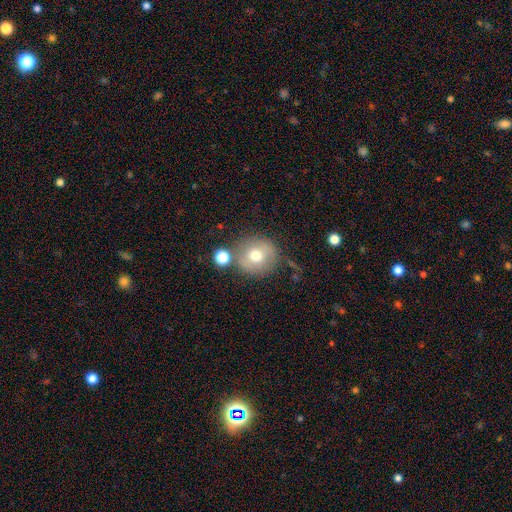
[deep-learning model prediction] Morphology: type=smooth (67%); roundness=round (90%); merging=none (73%).